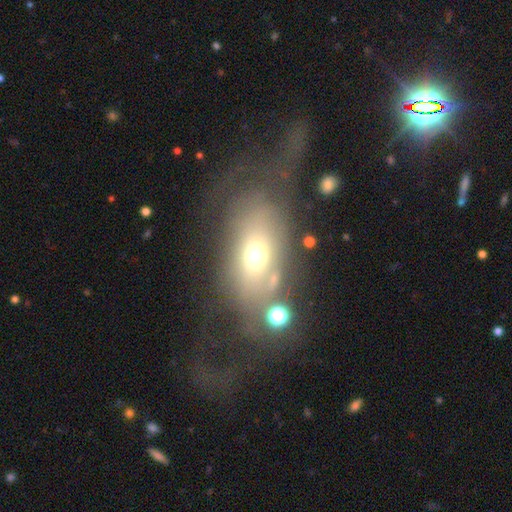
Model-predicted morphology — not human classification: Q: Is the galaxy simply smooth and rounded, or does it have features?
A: featured or disk — 47%.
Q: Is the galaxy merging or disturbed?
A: major disturbance — 45%.